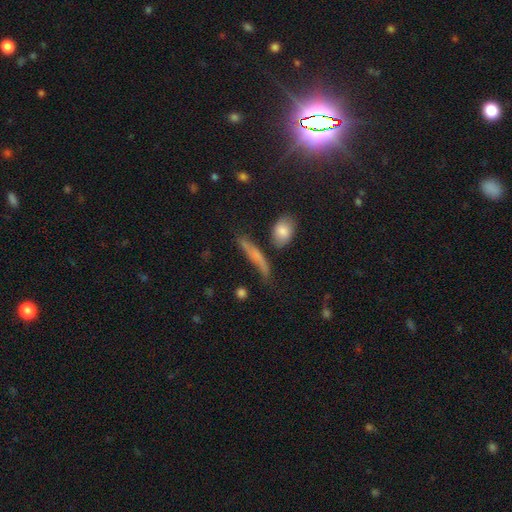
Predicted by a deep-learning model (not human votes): Smooth or featured? smooth (52%)
How rounded? cigar-shaped (78%)
Merging? none (53%)